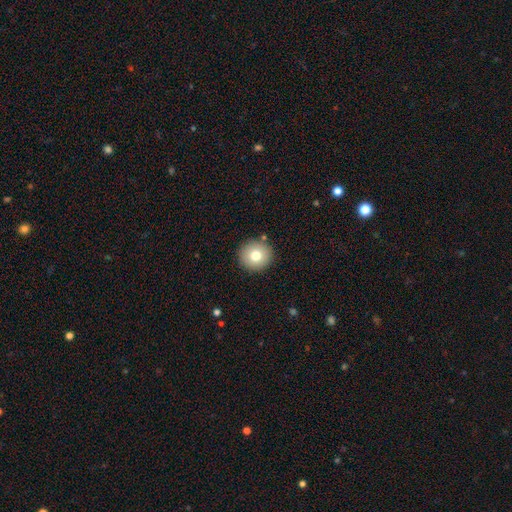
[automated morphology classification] Overall: smooth (77%). How rounded: round (92%). Merging: none (89%).